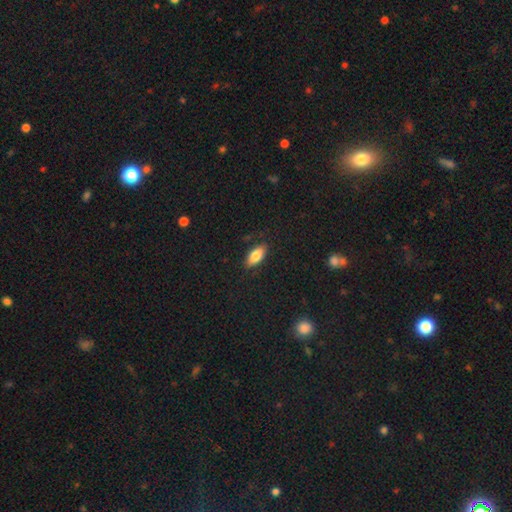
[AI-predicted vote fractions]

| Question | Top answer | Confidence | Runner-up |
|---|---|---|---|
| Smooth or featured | smooth | 81% | featured or disk (11%) |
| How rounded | in between | 88% | cigar-shaped (10%) |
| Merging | none | 86% | minor disturbance (11%) |